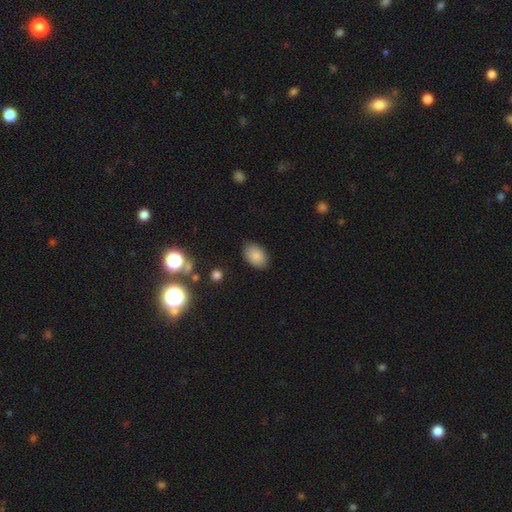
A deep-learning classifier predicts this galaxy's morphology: A smooth galaxy with no disk features (85%) that is in between round and cigar-shaped (88%). Merging: none (86%).